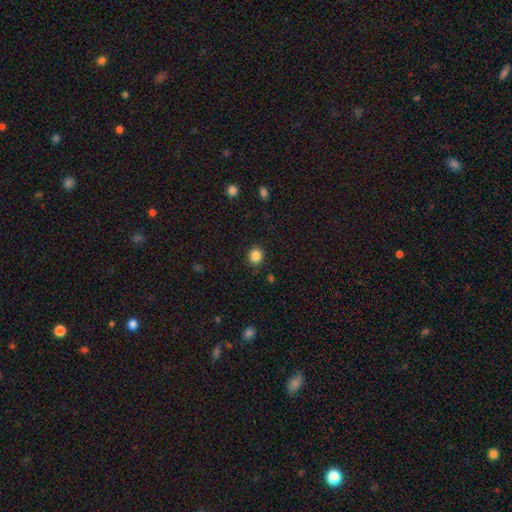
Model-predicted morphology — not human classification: Smooth or featured? Predicted: smooth (p=0.86). How rounded? Predicted: round (p=0.81). Merging? Predicted: none (p=0.88).